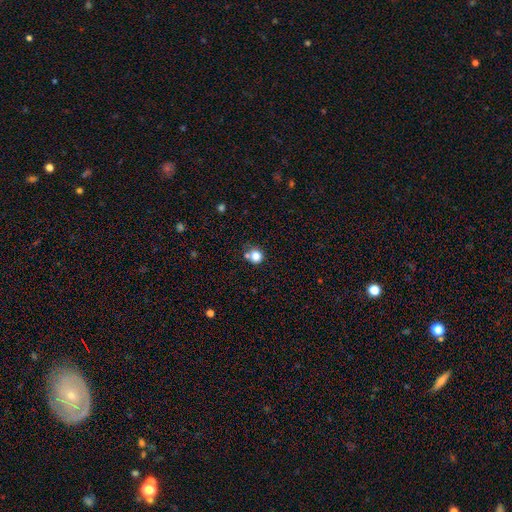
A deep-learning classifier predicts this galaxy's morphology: This is clearly a smooth galaxy (82%). How rounded: clearly round (88%). Merging: likely none (62%).